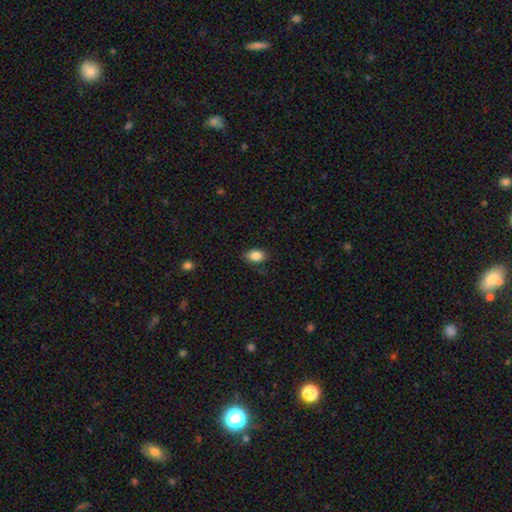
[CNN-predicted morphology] This appears to be a smooth galaxy with no disk features (87%) that is in between round and cigar-shaped (85%). Merging: none (85%).